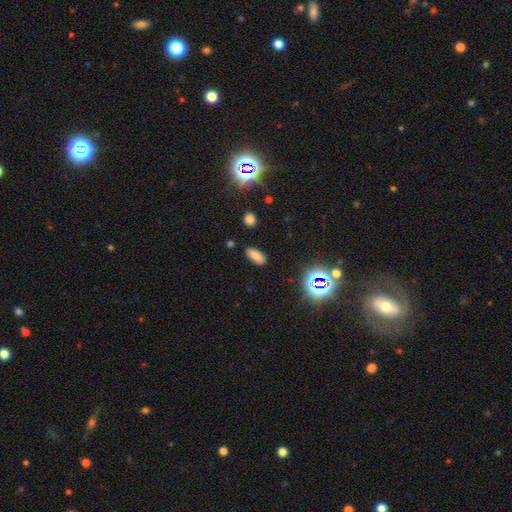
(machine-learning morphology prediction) Smooth or featured?
  - smooth: 77% *
  - star or artifact: 16%
  - featured or disk: 7%
How rounded?
  - in between: 82% *
  - cigar-shaped: 15%
  - round: 4%
Merging?
  - none: 86% *
  - minor disturbance: 10%
  - major disturbance: 3%
  - merger: 2%